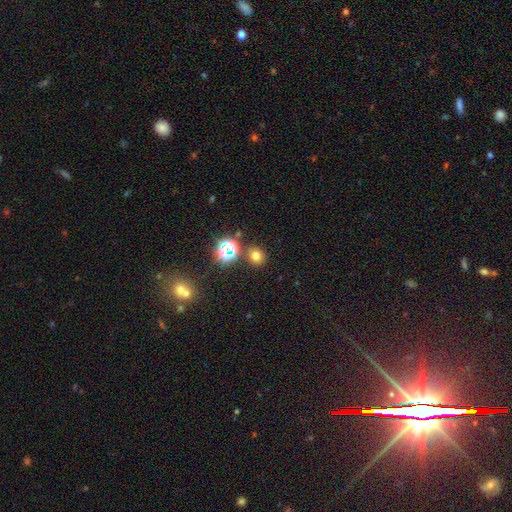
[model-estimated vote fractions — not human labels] A smooth galaxy with no disk features (68%) that is round (82%).

Vote fractions:
- Smooth or featured? smooth: 68% / star or artifact: 25% / featured or disk: 7%
- How rounded? round: 82% / in between: 17% / cigar-shaped: 1%
- Merging? none: 84% / minor disturbance: 7% / merger: 6% / major disturbance: 3%